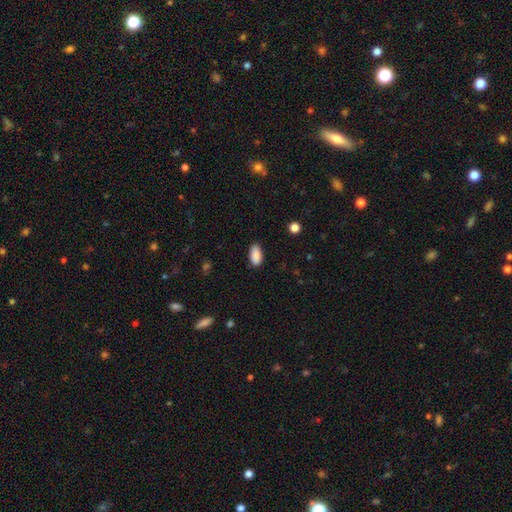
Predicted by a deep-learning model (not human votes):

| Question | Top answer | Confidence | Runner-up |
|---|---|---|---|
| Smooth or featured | smooth | 90% | star or artifact (7%) |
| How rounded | in between | 91% | cigar-shaped (6%) |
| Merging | none | 85% | minor disturbance (12%) |